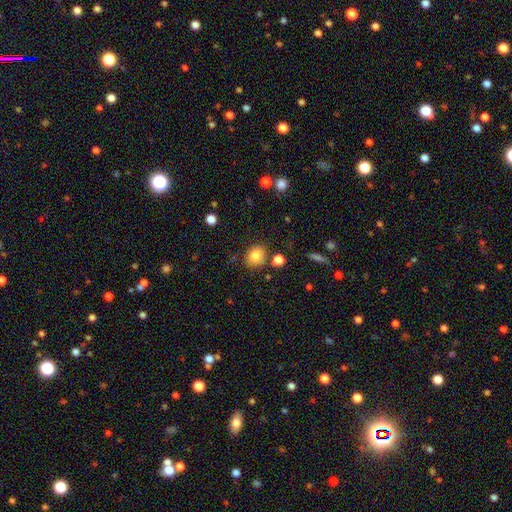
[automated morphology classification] type=smooth (81%); roundness=round (61%); merging=none (78%).